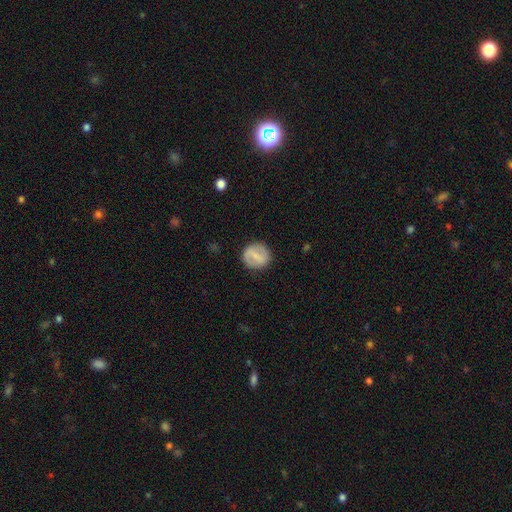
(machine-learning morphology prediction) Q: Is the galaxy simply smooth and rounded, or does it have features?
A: smooth — 50%.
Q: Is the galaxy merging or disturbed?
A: none — 87%.